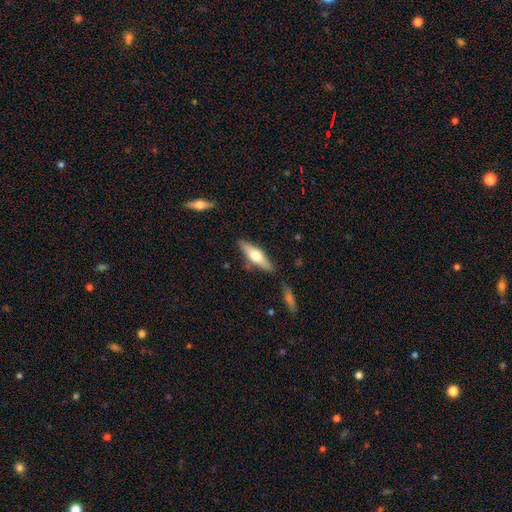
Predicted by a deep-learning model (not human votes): smooth_or_featured: featured or disk (p=0.47) [tied with: smooth p=0.47]
merging: none (p=0.81) [alt: minor disturbance p=0.12]